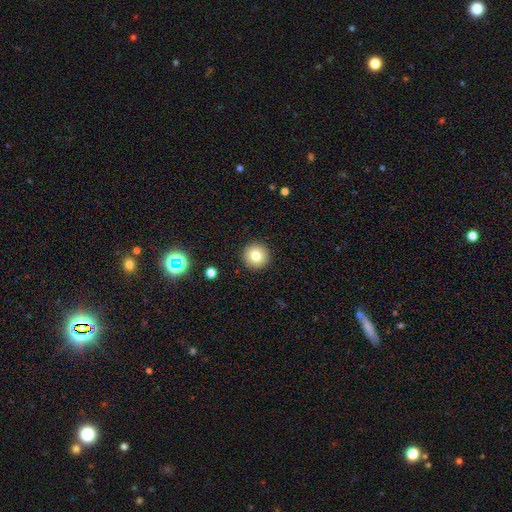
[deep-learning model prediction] A smooth galaxy with no disk features (80%) that is round (96%).

Vote fractions:
- Smooth or featured? smooth: 80% / star or artifact: 10% / featured or disk: 10%
- How rounded? round: 96% / in between: 3% / cigar-shaped: 1%
- Merging? none: 92% / minor disturbance: 5% / major disturbance: 2% / merger: 1%